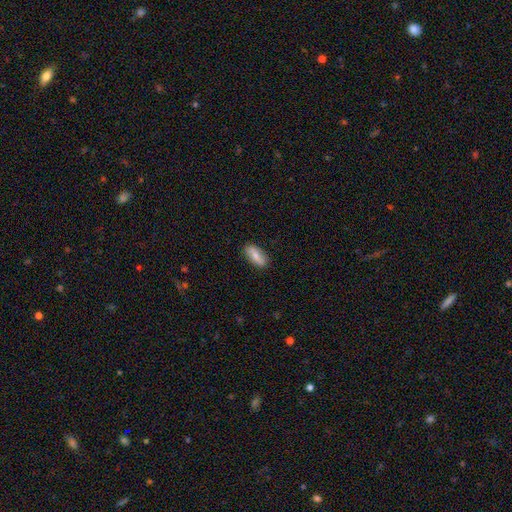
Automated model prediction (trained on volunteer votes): smooth_or_featured: smooth (p=0.65) [alt: featured or disk p=0.29]
how_rounded: in between (p=0.83) [alt: cigar-shaped p=0.13]
merging: none (p=0.87) [alt: minor disturbance p=0.10]